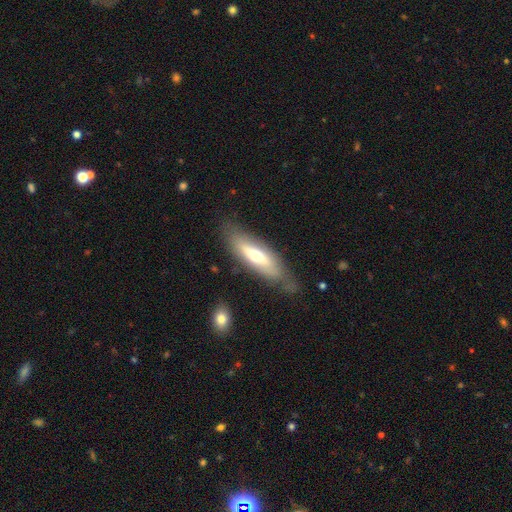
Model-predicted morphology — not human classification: A smooth galaxy with no disk features (48%).

Vote fractions:
- Smooth or featured? smooth: 48% / featured or disk: 45% / star or artifact: 6%
- Merging? none: 68% / minor disturbance: 21% / major disturbance: 7% / merger: 3%